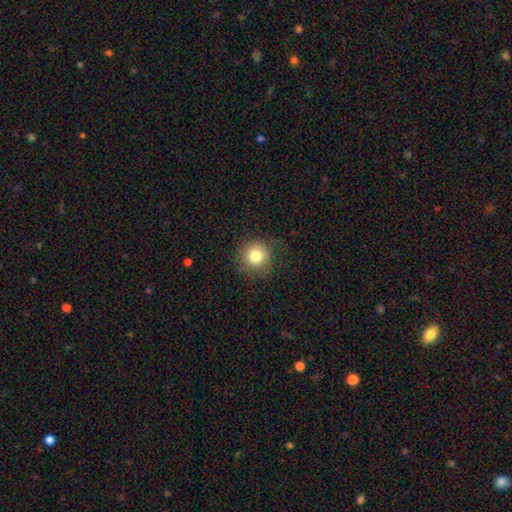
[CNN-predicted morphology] smooth 81%, star or artifact 11%, featured or disk 8%. Down the decision tree: how rounded — round (91%); merging — none (80%).